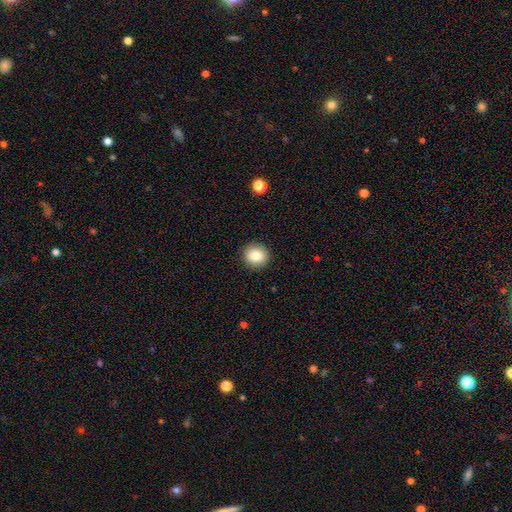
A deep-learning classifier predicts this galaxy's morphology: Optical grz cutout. It shows a smooth galaxy with no disk features (83%) that is round (85%). Merging: none (91%).